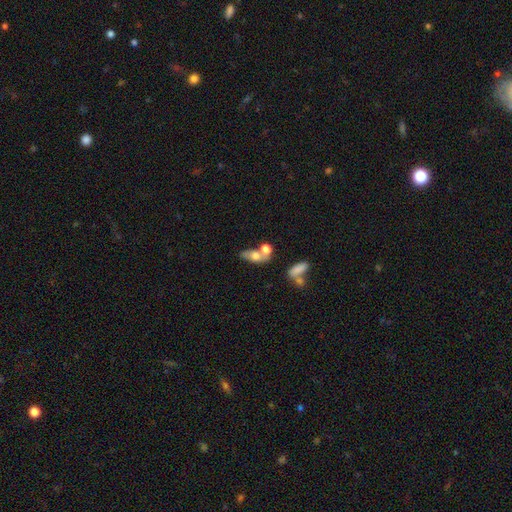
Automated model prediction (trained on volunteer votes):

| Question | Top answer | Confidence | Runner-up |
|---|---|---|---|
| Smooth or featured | smooth | 62% | featured or disk (28%) |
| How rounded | in between | 67% | round (21%) |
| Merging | merger | 45% | none (34%) |